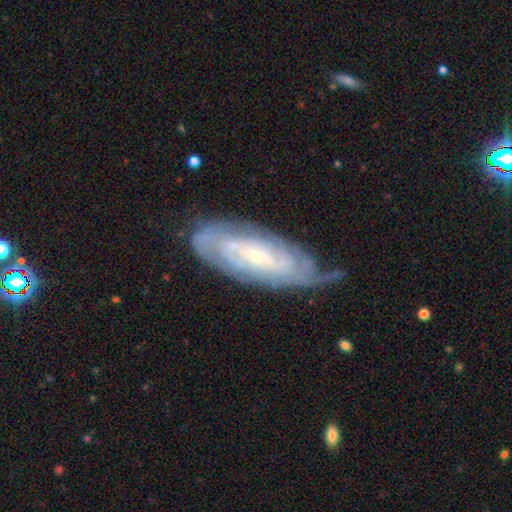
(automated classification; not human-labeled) Smooth or featured?
  - featured or disk: 83% *
  - smooth: 11%
  - star or artifact: 6%
Edge-on disk?
  - no: 90% *
  - yes: 10%
Bar?
  - no: 55% *
  - weak: 33%
  - strong: 13%
Spiral arms?
  - yes: 94% *
  - no: 6%
Spiral winding?
  - tight: 74% *
  - medium: 21%
  - loose: 5%
Spiral arm count?
  - can't tell: 45% *
  - 2: 19%
  - 4: 13%
  - 3: 12%
  - more than 4: 6%
  - 1: 5%
Bulge size?
  - small: 79% *
  - moderate: 17%
  - none: 2%
  - large: 1%
  - dominant: 1%
Merging?
  - none: 66% *
  - minor disturbance: 25%
  - major disturbance: 8%
  - merger: 2%